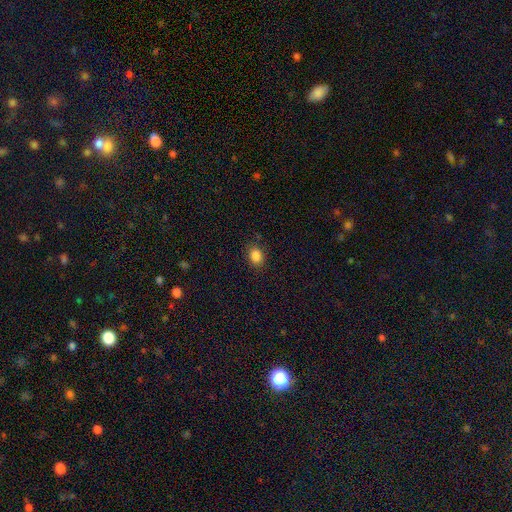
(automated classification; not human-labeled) A smooth galaxy with no disk features (86%) that is in between round and cigar-shaped (55%).

Vote fractions:
- Smooth or featured? smooth: 86% / star or artifact: 10% / featured or disk: 4%
- How rounded? in between: 55% / round: 44% / cigar-shaped: 1%
- Merging? none: 86% / minor disturbance: 10% / major disturbance: 3% / merger: 1%